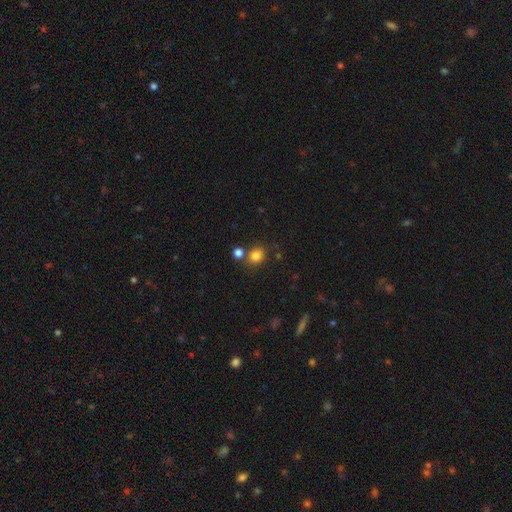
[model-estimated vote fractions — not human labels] Smooth or featured? Predicted: smooth (p=0.82). How rounded? Predicted: round (p=0.69). Merging? Predicted: none (p=0.70).